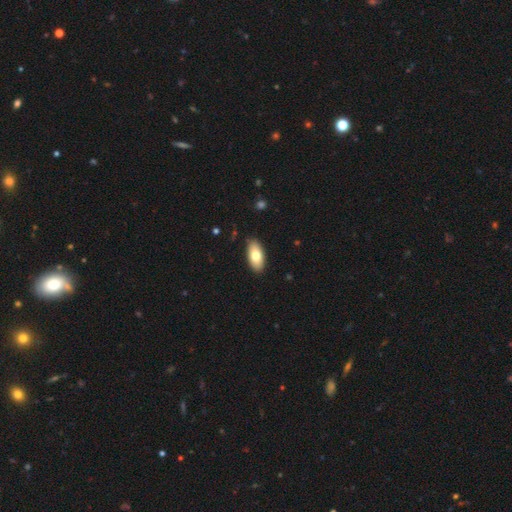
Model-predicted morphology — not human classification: Q: Smooth or featured?
A: smooth (77%); runner-up: featured or disk (17%)
Q: How rounded?
A: in between (92%); runner-up: cigar-shaped (6%)
Q: Merging?
A: none (88%); runner-up: minor disturbance (9%)